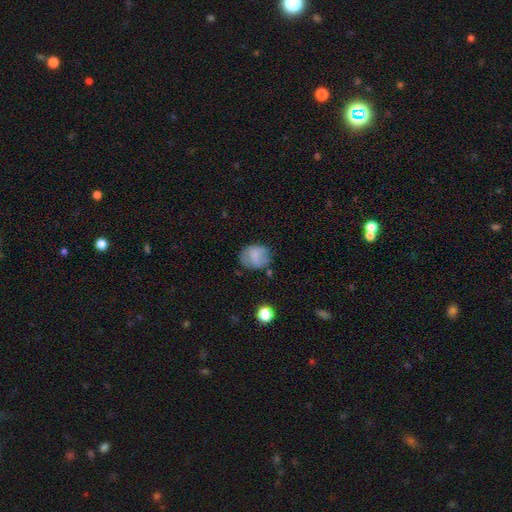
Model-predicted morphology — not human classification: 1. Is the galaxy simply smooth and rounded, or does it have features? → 68% smooth, 23% featured or disk, 10% star or artifact.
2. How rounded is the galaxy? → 66% round, 33% in between, 1% cigar-shaped.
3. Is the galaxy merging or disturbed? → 57% none, 27% minor disturbance, 12% major disturbance, 4% merger.